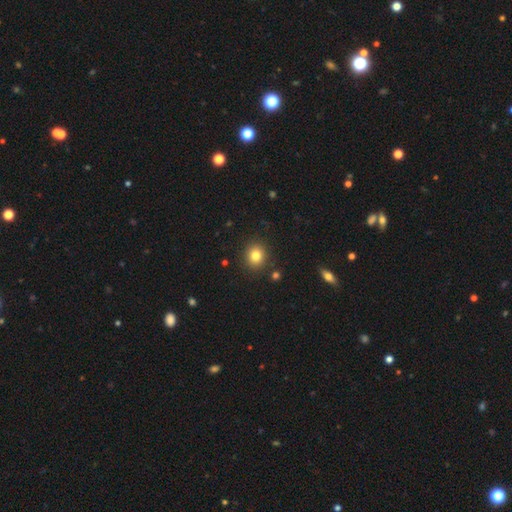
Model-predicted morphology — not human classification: Overall: smooth (81%). How rounded: round (80%). Merging: none (88%).